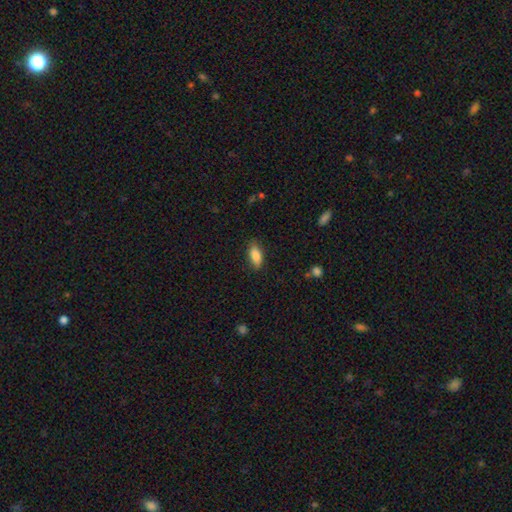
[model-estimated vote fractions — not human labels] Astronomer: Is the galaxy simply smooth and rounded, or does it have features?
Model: smooth — 85%.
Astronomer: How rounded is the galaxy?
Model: in between — 84%.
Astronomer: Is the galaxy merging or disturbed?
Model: none — 80%.